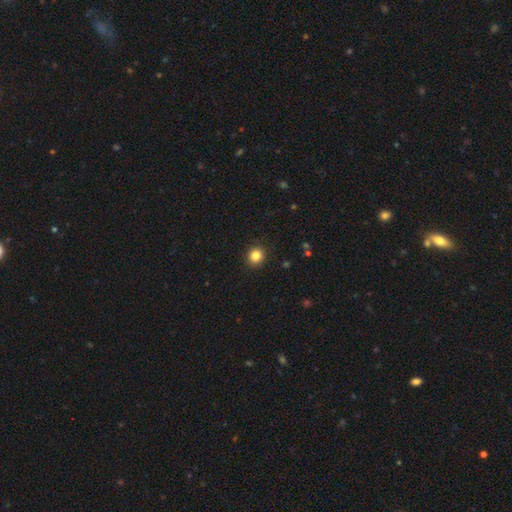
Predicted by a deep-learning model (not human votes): Smooth or featured? Predicted: smooth (p=0.84). How rounded? Predicted: round (p=0.90). Merging? Predicted: none (p=0.91).